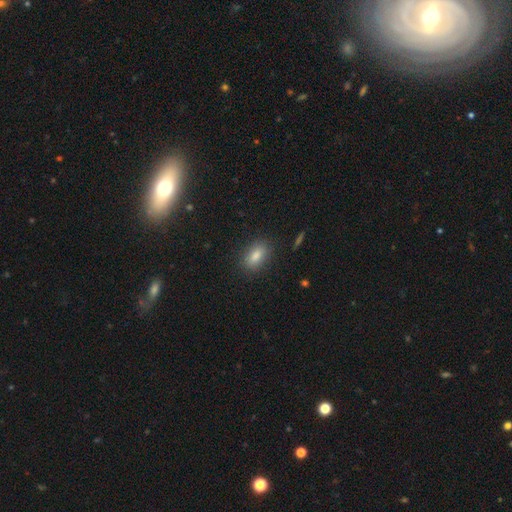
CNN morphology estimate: A smooth galaxy with no disk features (81%) that is in between round and cigar-shaped (84%). Merging: none (87%).